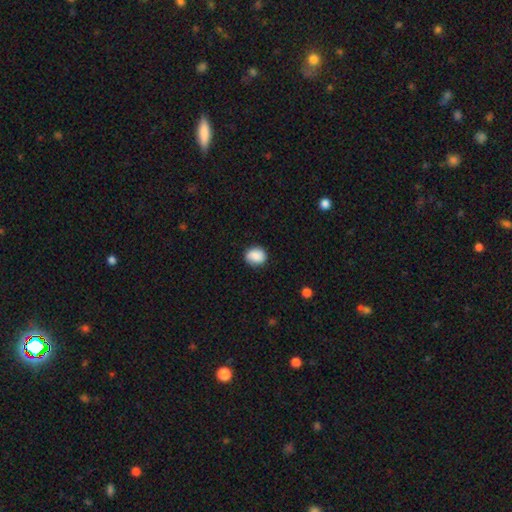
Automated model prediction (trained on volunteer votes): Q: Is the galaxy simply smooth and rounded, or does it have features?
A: smooth — 88%.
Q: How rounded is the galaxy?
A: round — 65%.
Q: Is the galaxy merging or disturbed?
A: none — 84%.